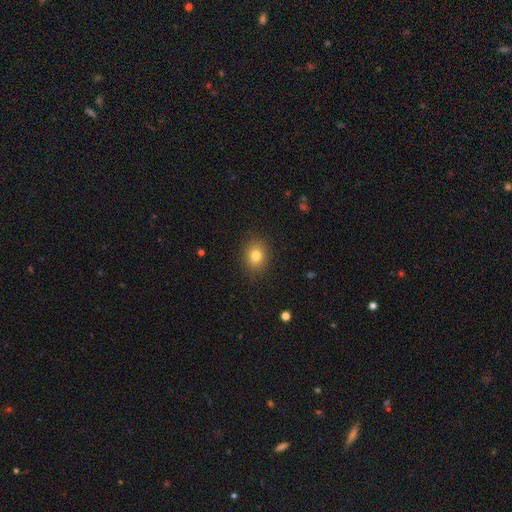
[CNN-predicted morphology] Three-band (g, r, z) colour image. It shows a smooth galaxy with no disk features (80%) that is round (60%). Merging: none (88%).